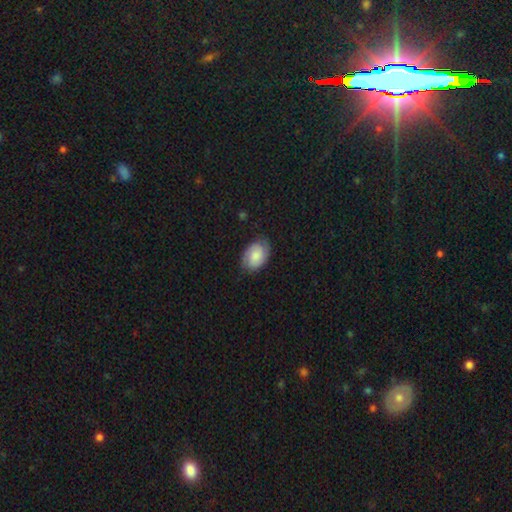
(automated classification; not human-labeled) Smooth or featured: smooth — 57% (featured or disk — 36%)
How rounded: in between — 82% (round — 17%)
Merging: none — 75% (minor disturbance — 19%)